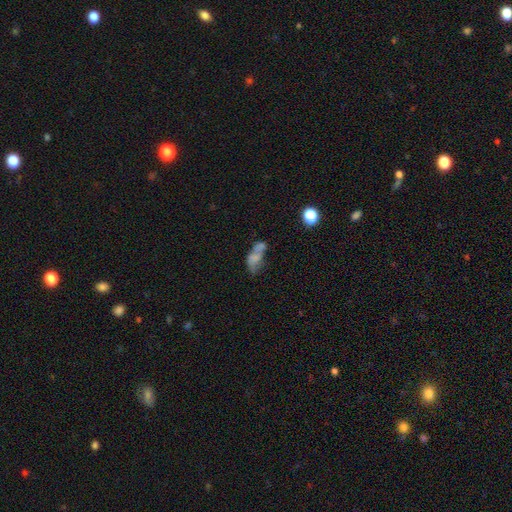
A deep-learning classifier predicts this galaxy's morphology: Smooth or featured: smooth — 52% (featured or disk — 33%)
How rounded: in between — 81% (round — 10%)
Merging: merger — 42% (none — 23%)